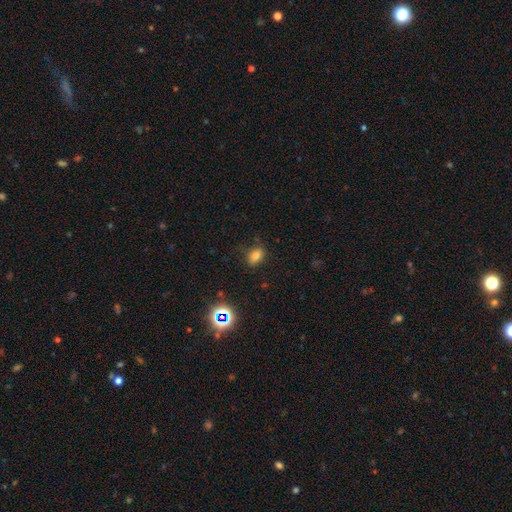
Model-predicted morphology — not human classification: A smooth galaxy with no disk features (76%) that is in between round and cigar-shaped (77%). Merging: none (76%).